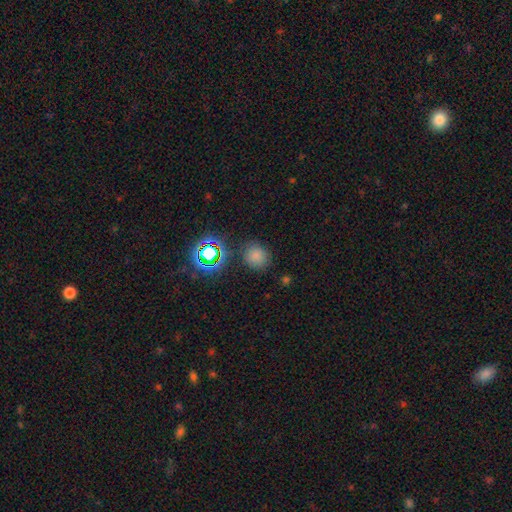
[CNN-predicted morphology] type=smooth (71%); roundness=round (80%); merging=none (79%).